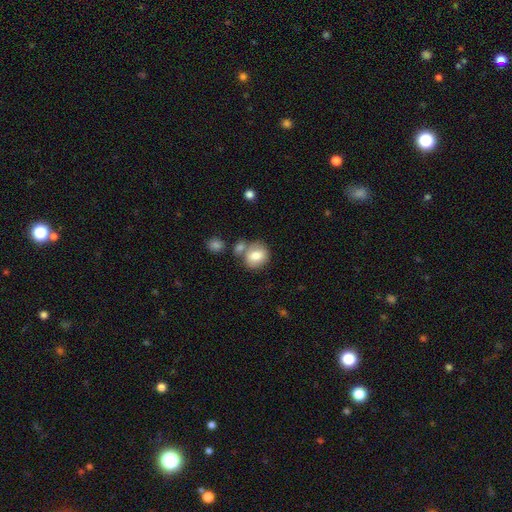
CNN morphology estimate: Smooth or featured?
  - smooth: 78% *
  - featured or disk: 14%
  - star or artifact: 8%
How rounded?
  - round: 65% *
  - in between: 34%
  - cigar-shaped: 1%
Merging?
  - none: 53% *
  - merger: 27%
  - minor disturbance: 14%
  - major disturbance: 5%